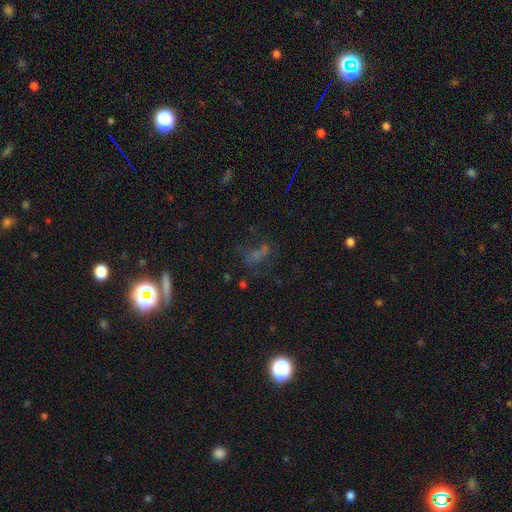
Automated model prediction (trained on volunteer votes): Smooth or featured: star or artifact — 40% (smooth — 34%)